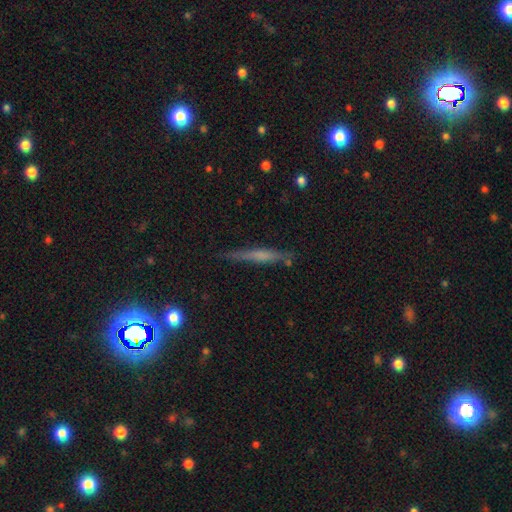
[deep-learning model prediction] Q: Smooth or featured?
A: featured or disk (54%); runner-up: smooth (31%)
Q: Edge-on disk?
A: yes (94%); runner-up: no (6%)
Q: Edge-on bulge?
A: none (45%); runner-up: rounded (38%)
Q: Merging?
A: none (83%); runner-up: minor disturbance (12%)